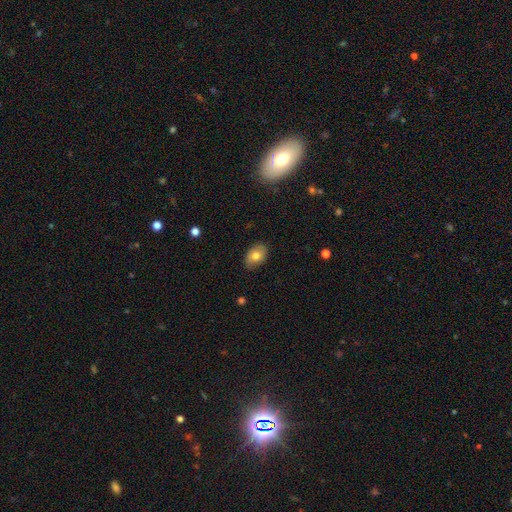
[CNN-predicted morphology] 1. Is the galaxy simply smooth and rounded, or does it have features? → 75% smooth, 17% featured or disk, 8% star or artifact.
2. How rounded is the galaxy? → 85% in between, 13% round, 1% cigar-shaped.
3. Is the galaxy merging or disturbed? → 84% none, 13% minor disturbance, 2% major disturbance, 1% merger.